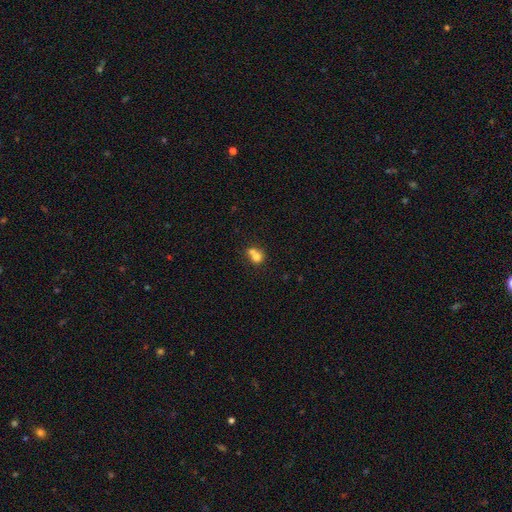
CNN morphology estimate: This is likely a smooth galaxy (72%). How rounded: likely round (73%). Merging: likely merger (61%).